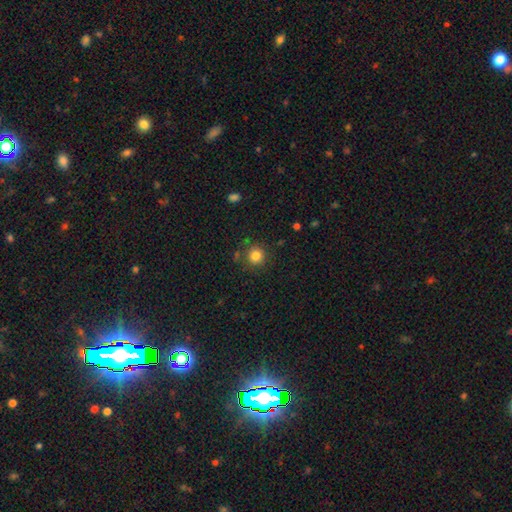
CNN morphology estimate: Smooth or featured? smooth (82%)
How rounded? round (93%)
Merging? none (85%)